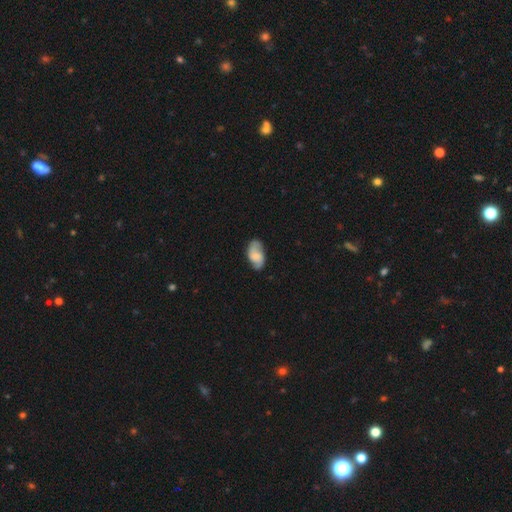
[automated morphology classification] smooth_or_featured: smooth (p=0.47) [alt: featured or disk p=0.45]
merging: none (p=0.72) [alt: minor disturbance p=0.21]